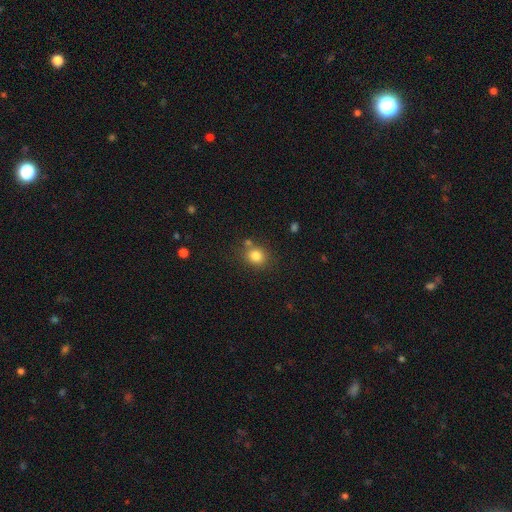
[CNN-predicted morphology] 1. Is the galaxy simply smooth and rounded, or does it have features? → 82% smooth, 12% star or artifact, 7% featured or disk.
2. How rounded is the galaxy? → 72% round, 27% in between, 1% cigar-shaped.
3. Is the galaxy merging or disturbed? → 74% none, 12% minor disturbance, 11% merger, 4% major disturbance.